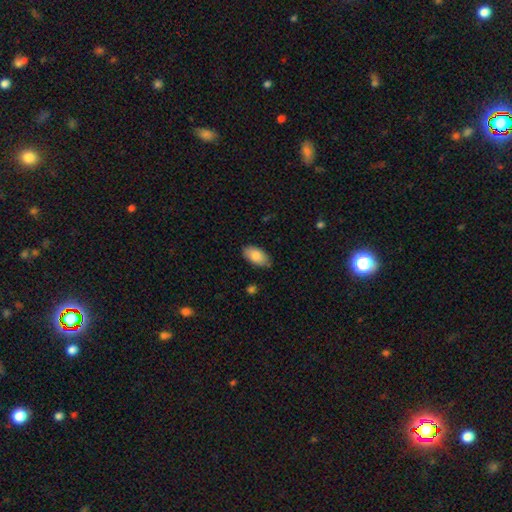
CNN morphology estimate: Q: Smooth or featured?
A: smooth (84%); runner-up: featured or disk (10%)
Q: How rounded?
A: in between (94%); runner-up: round (3%)
Q: Merging?
A: none (79%); runner-up: minor disturbance (17%)